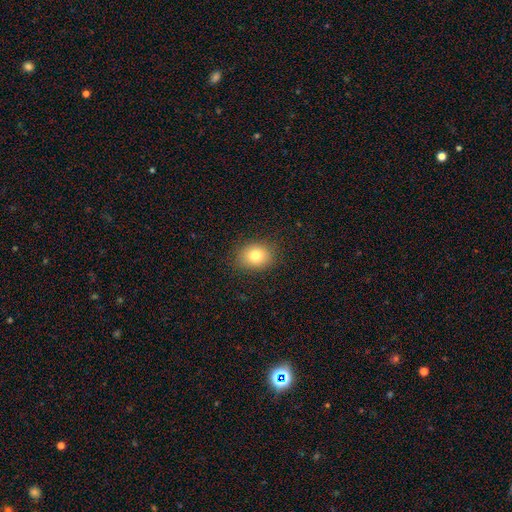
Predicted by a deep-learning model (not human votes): Morphology: type=smooth (79%); roundness=in between (51%); merging=none (88%).